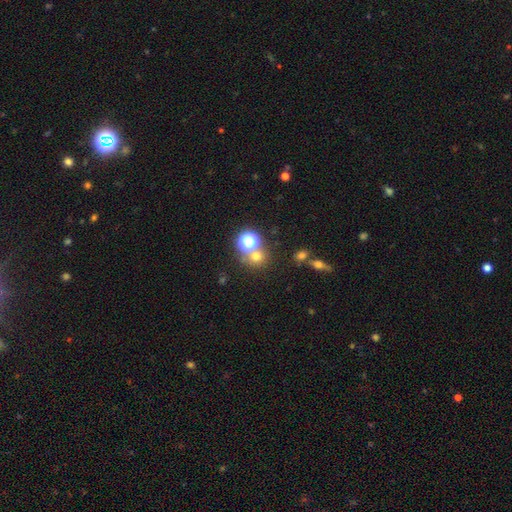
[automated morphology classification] smooth 63%, star or artifact 29%, featured or disk 9%. Down the decision tree: how rounded — round (86%); merging — none (64%).